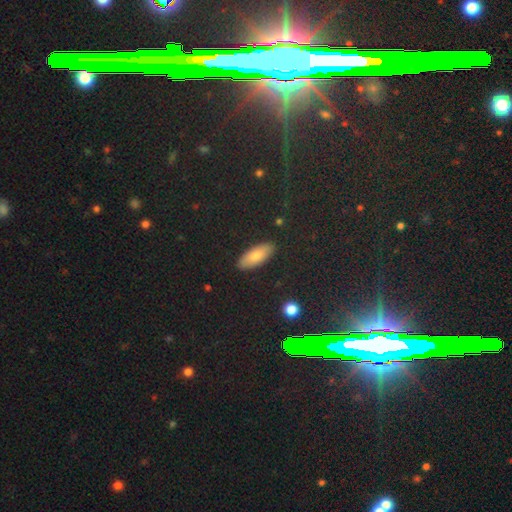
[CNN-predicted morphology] This is likely a smooth galaxy (79%). How rounded: clearly in between (80%). Merging: clearly none (89%).